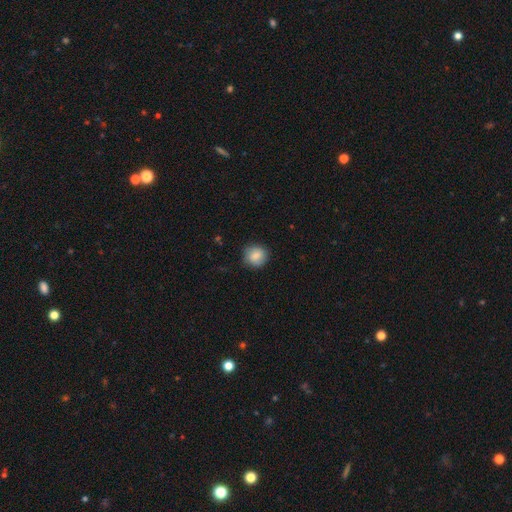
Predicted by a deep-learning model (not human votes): This appears to be a smooth galaxy with no disk features (84%) that is round (87%). Merging: none (85%).